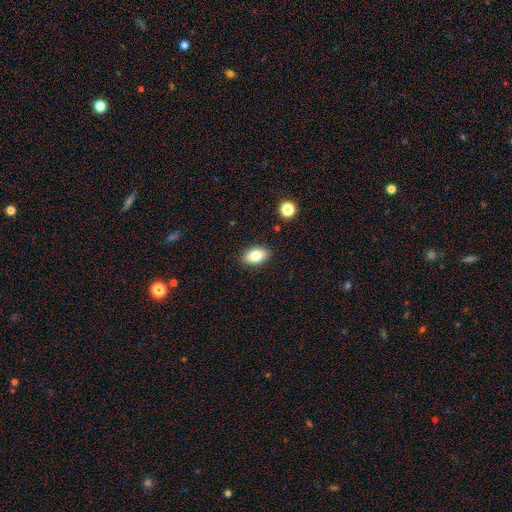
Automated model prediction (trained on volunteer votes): smooth 82%, featured or disk 10%, star or artifact 8%. Down the decision tree: how rounded — in between (90%); merging — none (88%).